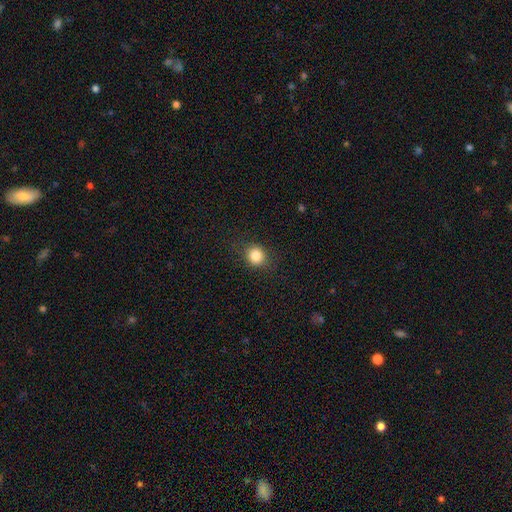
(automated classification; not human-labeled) A smooth galaxy with no disk features (84%) that is round (83%).

Vote fractions:
- Smooth or featured? smooth: 84% / star or artifact: 11% / featured or disk: 5%
- How rounded? round: 83% / in between: 16% / cigar-shaped: 1%
- Merging? none: 86% / minor disturbance: 9% / major disturbance: 3% / merger: 1%